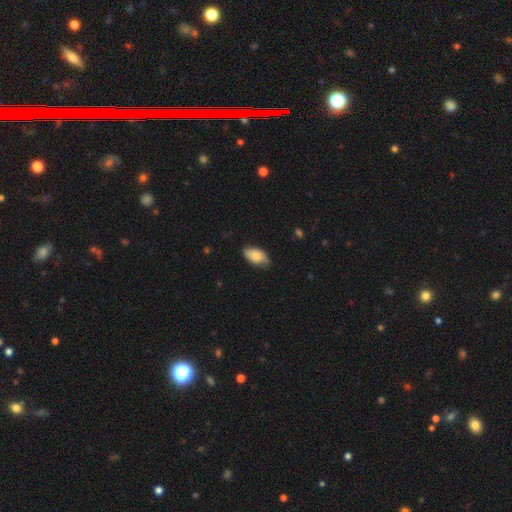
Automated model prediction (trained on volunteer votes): This appears to be a smooth galaxy with no disk features (66%) that is in between round and cigar-shaped (94%). Merging: none (67%).